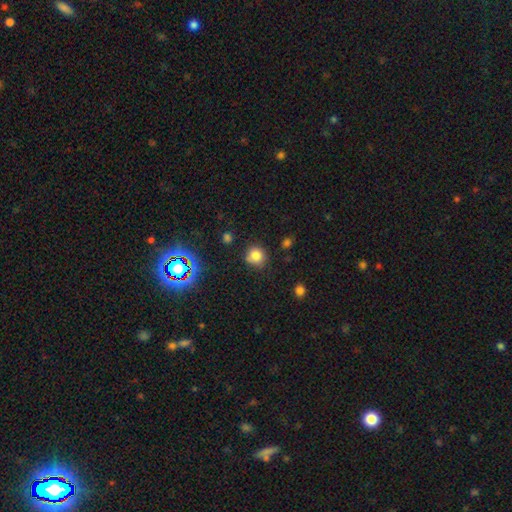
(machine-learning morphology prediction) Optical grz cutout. It shows a smooth galaxy with no disk features (80%) that is round (88%). Merging: none (78%).